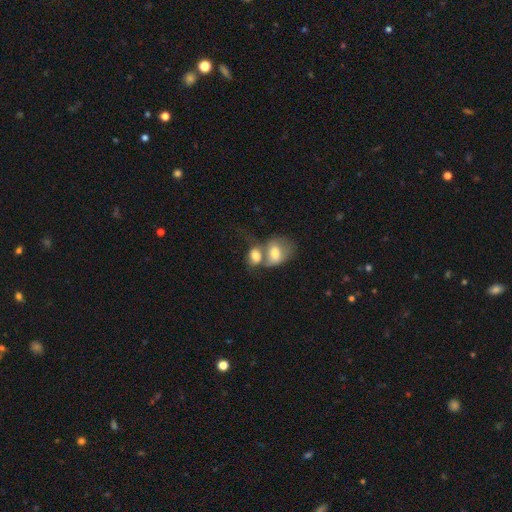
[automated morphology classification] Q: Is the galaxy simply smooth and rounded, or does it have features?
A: smooth — 71%.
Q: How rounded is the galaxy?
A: in between — 70%.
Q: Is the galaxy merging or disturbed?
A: merger — 70%.